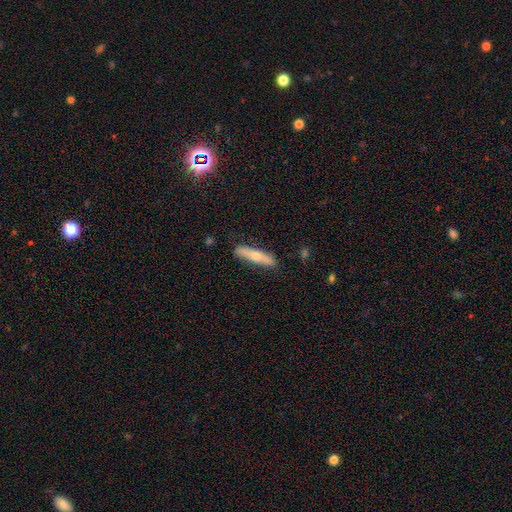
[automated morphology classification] Smooth or featured: smooth — 49% (featured or disk — 44%)
Merging: none — 85% (minor disturbance — 12%)